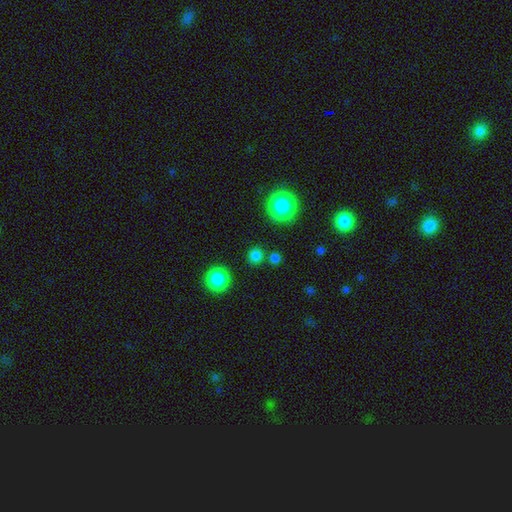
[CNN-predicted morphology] smooth 80%, star or artifact 16%, featured or disk 4%. Down the decision tree: how rounded — round (91%); merging — none (85%).